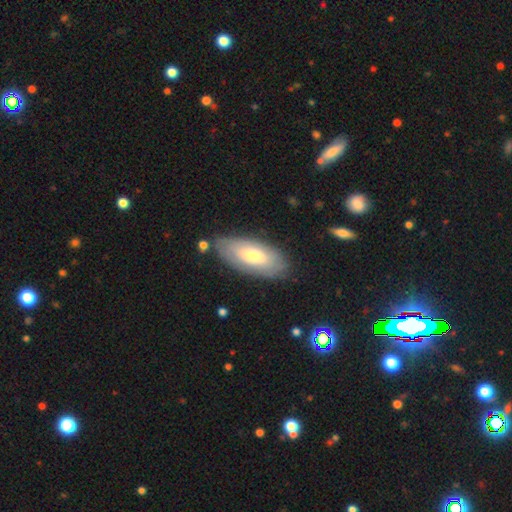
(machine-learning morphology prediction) This appears to be a smooth galaxy with no disk features (63%) that is in between round and cigar-shaped (88%). Merging: none (76%).